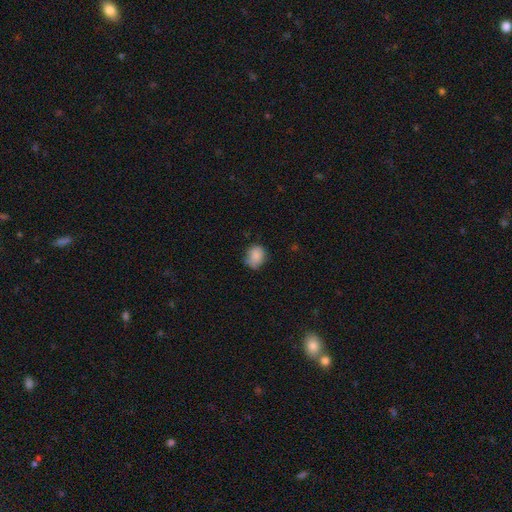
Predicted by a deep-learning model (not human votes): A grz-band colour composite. It shows a smooth galaxy with no disk features (85%) that is round (63%). Merging: none (64%).